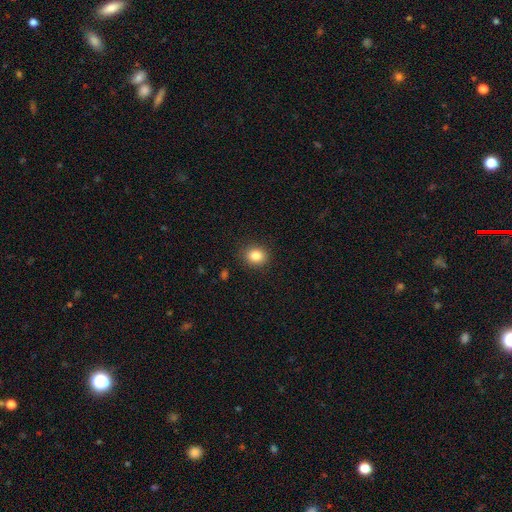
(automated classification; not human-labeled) smooth 84%, star or artifact 10%, featured or disk 6%. Down the decision tree: how rounded — round (71%); merging — none (89%).